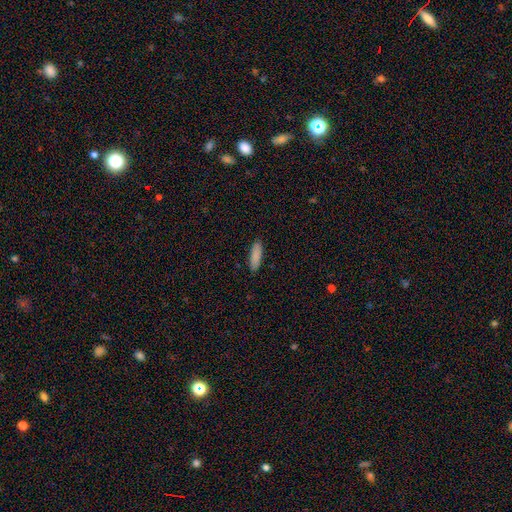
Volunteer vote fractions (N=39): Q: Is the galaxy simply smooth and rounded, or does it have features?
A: smooth — 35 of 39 (90%).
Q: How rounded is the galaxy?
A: cigar-shaped — 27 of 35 (77%).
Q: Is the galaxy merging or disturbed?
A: none — 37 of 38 (97%).